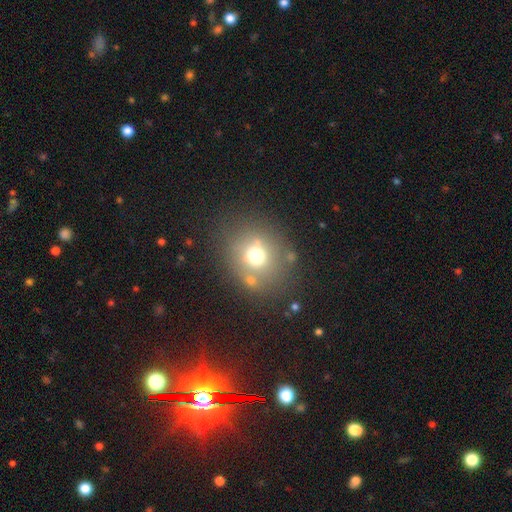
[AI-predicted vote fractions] smooth_or_featured: smooth (p=0.66) [alt: featured or disk p=0.17]
how_rounded: round (p=0.83) [alt: in between p=0.16]
merging: none (p=0.71) [alt: minor disturbance p=0.13]